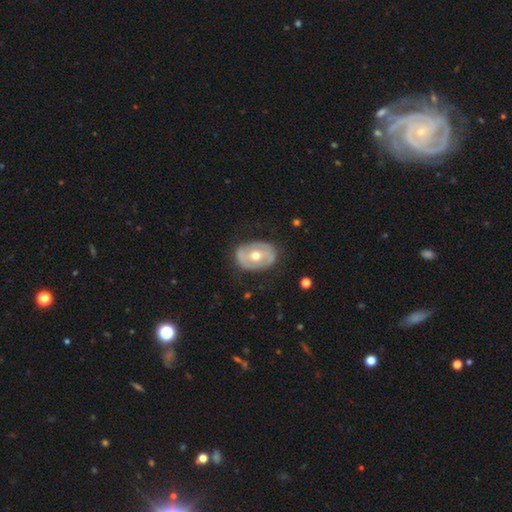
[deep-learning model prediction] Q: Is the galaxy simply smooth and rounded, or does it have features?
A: featured or disk — 61%.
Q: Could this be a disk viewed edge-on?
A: no — 94%.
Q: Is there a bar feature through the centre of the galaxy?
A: no — 68%.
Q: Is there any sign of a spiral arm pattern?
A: no — 69%.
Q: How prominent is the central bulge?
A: moderate — 80%.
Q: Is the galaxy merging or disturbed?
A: none — 76%.